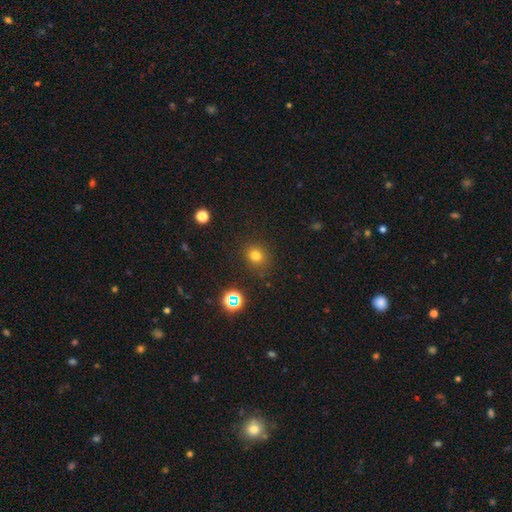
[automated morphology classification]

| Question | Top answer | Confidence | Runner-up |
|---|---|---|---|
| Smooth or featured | smooth | 74% | star or artifact (19%) |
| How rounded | round | 80% | in between (19%) |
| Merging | none | 84% | minor disturbance (10%) |